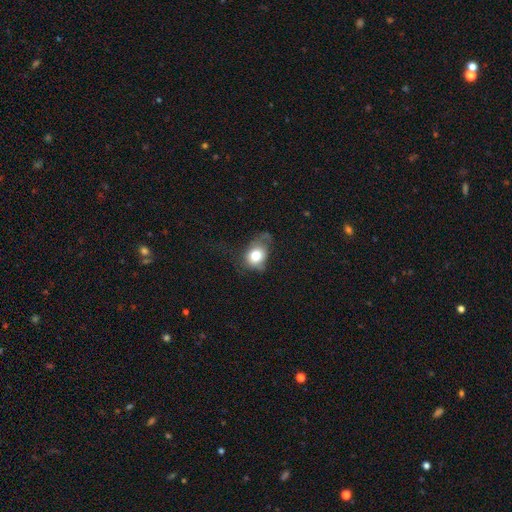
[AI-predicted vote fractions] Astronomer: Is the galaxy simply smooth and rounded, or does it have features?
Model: smooth — 74%.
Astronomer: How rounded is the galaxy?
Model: round — 52% (runner-up: in between, 47%).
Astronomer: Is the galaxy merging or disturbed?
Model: none — 38% (runner-up: minor disturbance, 33%).